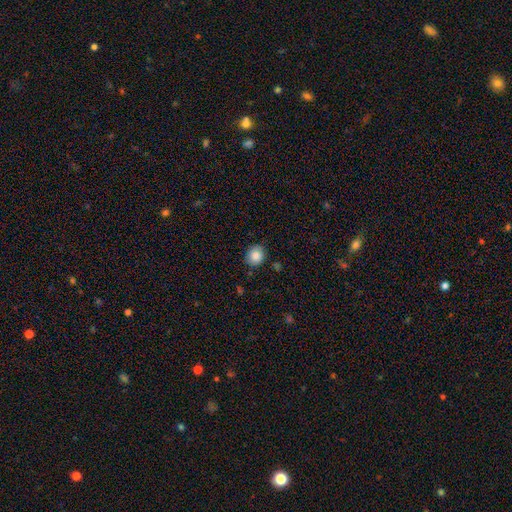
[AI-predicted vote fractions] Q: Smooth or featured?
A: smooth (87%); runner-up: star or artifact (9%)
Q: How rounded?
A: round (74%); runner-up: in between (25%)
Q: Merging?
A: none (83%); runner-up: minor disturbance (13%)